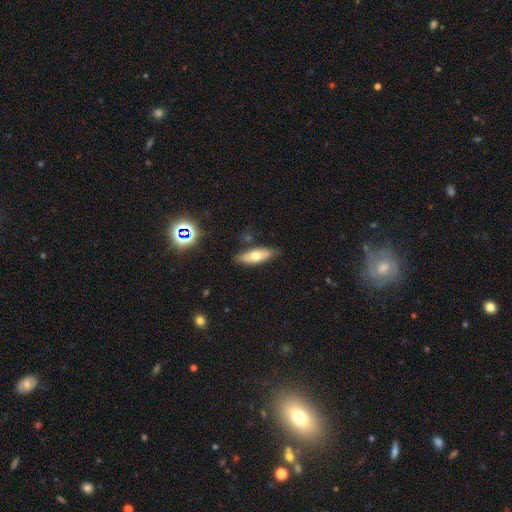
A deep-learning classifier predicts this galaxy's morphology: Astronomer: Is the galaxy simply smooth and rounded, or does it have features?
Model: smooth — 61%.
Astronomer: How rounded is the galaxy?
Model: in between — 61% (runner-up: cigar-shaped, 36%).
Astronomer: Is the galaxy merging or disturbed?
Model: none — 80%.